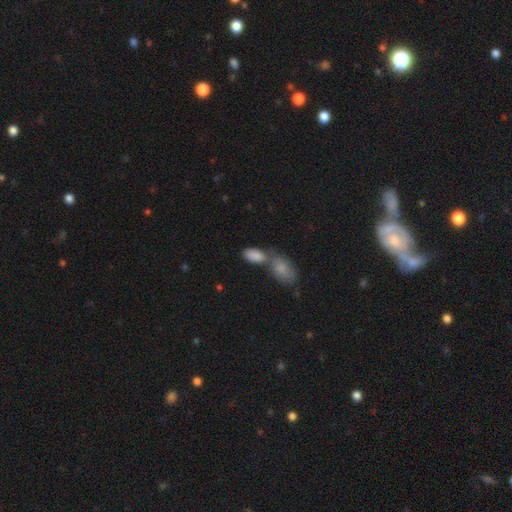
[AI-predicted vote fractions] A smooth galaxy with no disk features (85%) that is in between round and cigar-shaped (92%). Merging: merger (53%).